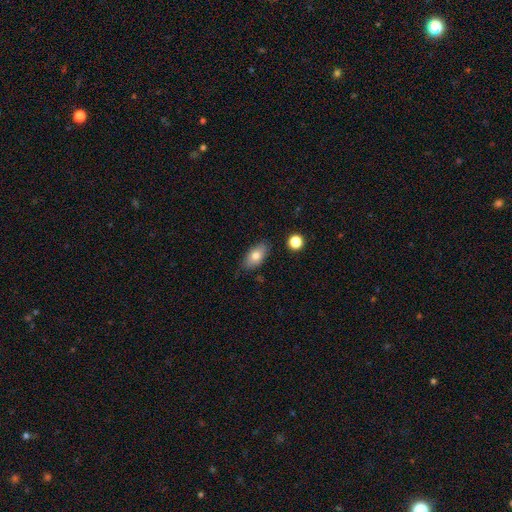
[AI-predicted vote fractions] smooth 76%, featured or disk 16%, star or artifact 8%. Down the decision tree: how rounded — in between (90%); merging — none (79%).